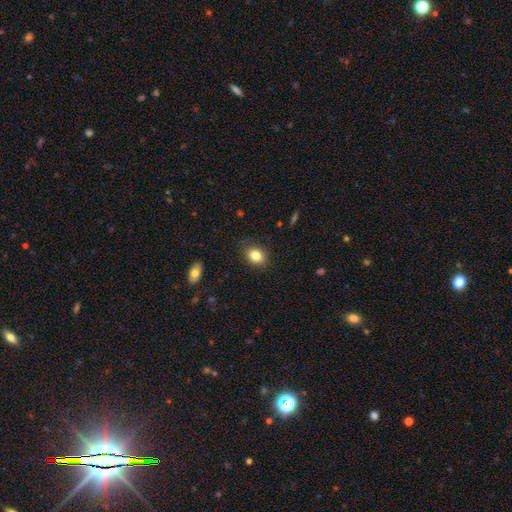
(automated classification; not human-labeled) Q: Smooth or featured?
A: smooth (82%); runner-up: star or artifact (10%)
Q: How rounded?
A: in between (57%); runner-up: round (42%)
Q: Merging?
A: none (83%); runner-up: minor disturbance (13%)